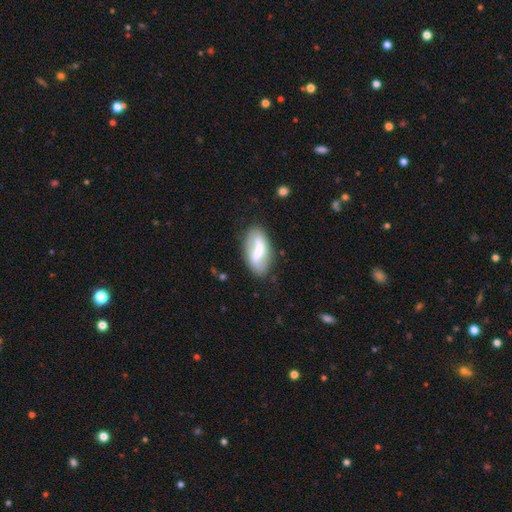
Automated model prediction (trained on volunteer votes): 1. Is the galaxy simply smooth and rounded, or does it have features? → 49% smooth, 45% featured or disk, 7% star or artifact.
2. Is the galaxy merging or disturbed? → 73% none, 18% minor disturbance, 6% major disturbance, 3% merger.